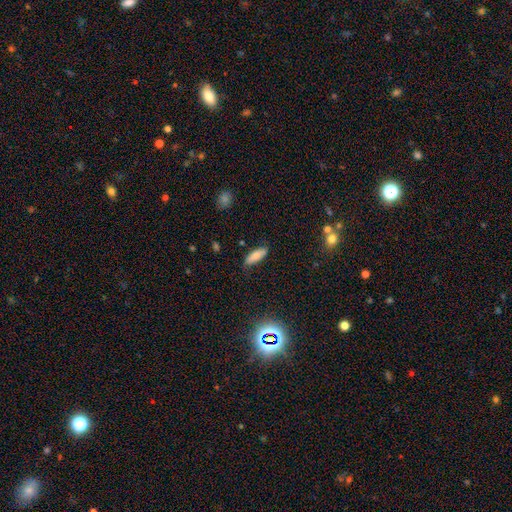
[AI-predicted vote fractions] A smooth galaxy with no disk features (79%) that is in between round and cigar-shaped (64%).

Vote fractions:
- Smooth or featured? smooth: 79% / featured or disk: 13% / star or artifact: 8%
- How rounded? in between: 64% / cigar-shaped: 34% / round: 2%
- Merging? none: 80% / minor disturbance: 15% / major disturbance: 3% / merger: 2%